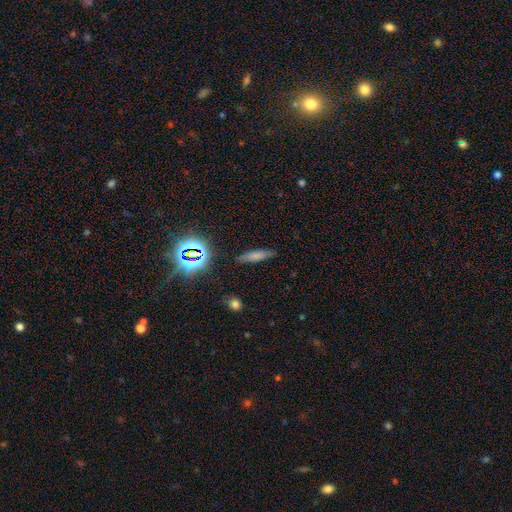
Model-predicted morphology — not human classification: A smooth galaxy with no disk features (68%) that is cigar-shaped (66%).

Vote fractions:
- Smooth or featured? smooth: 68% / star or artifact: 17% / featured or disk: 15%
- How rounded? cigar-shaped: 66% / in between: 30% / round: 4%
- Merging? none: 82% / minor disturbance: 13% / major disturbance: 3% / merger: 2%